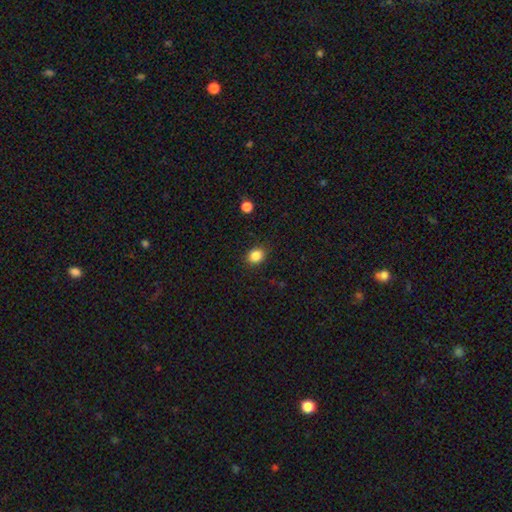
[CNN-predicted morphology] smooth-or-featured: smooth: 85% | star or artifact: 11% | featured or disk: 4%
  how-rounded: round: 66% | in between: 34% | cigar-shaped: 1%
  merging: none: 87% | minor disturbance: 9% | major disturbance: 2% | merger: 1%